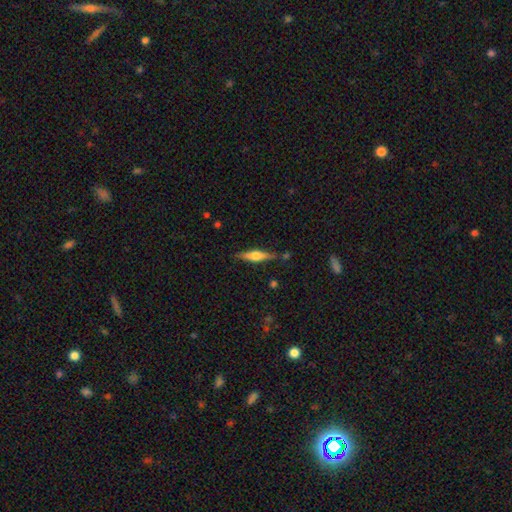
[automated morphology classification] smooth_or_featured: featured or disk (p=0.57) [alt: smooth p=0.36]
disk_edge_on: yes (p=0.95) [alt: no p=0.05]
edge_on_bulge: rounded (p=0.86) [alt: boxy p=0.10]
merging: none (p=0.83) [alt: minor disturbance p=0.12]